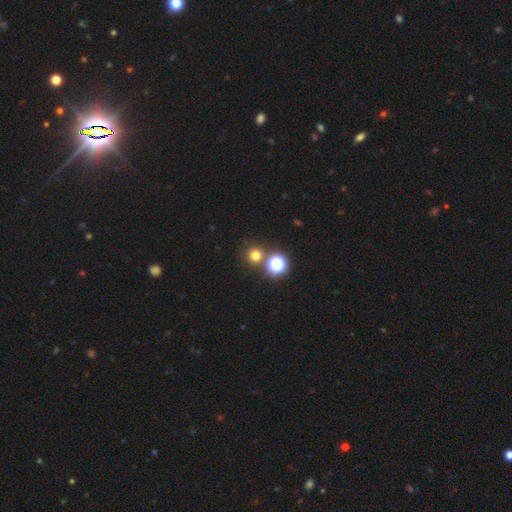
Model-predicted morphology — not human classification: Smooth or featured: smooth — 71% (star or artifact — 23%)
How rounded: round — 93% (in between — 6%)
Merging: none — 77% (merger — 14%)